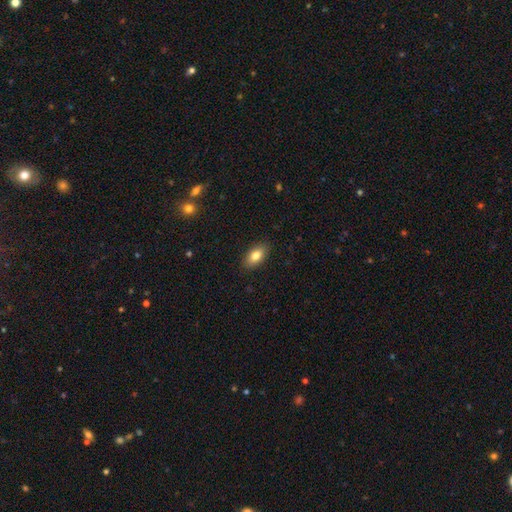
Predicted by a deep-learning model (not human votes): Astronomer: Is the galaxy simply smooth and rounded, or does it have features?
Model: smooth — 82%.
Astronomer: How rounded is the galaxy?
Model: in between — 90%.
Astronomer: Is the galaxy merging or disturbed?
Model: none — 88%.